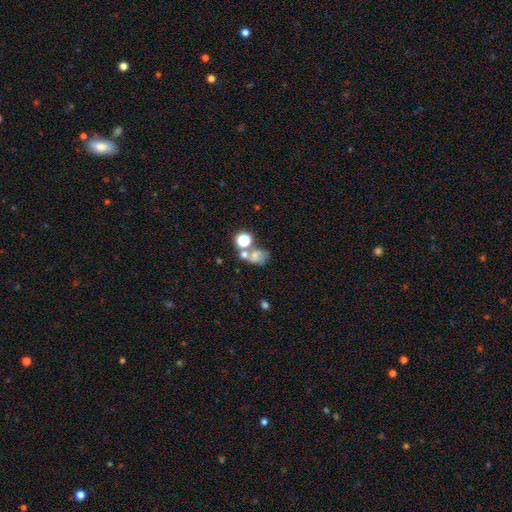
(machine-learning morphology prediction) A smooth galaxy with no disk features (57%) that is in between round and cigar-shaped (55%).

Vote fractions:
- Smooth or featured? smooth: 57% / featured or disk: 23% / star or artifact: 20%
- How rounded? in between: 55% / round: 44% / cigar-shaped: 2%
- Merging? merger: 47% / none: 28% / major disturbance: 13% / minor disturbance: 12%